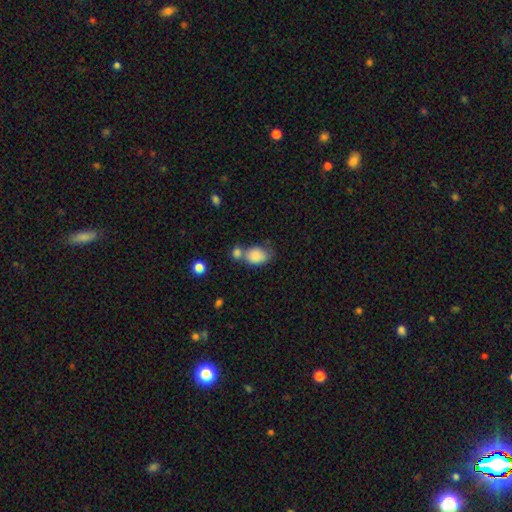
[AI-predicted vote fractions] Smooth or featured? Predicted: smooth (p=0.85). How rounded? Predicted: in between (p=0.73). Merging? Predicted: none (p=0.40).